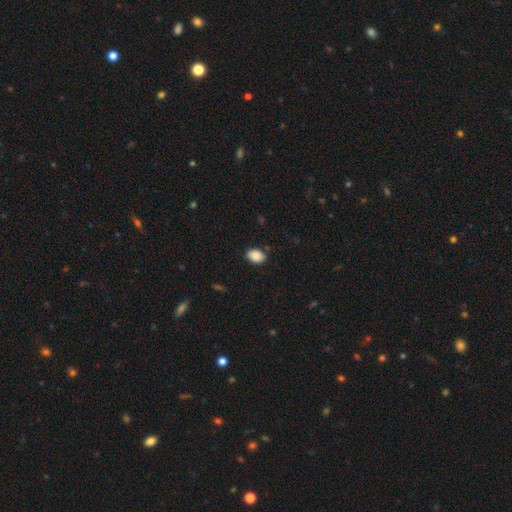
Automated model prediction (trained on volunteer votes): Smooth or featured? smooth (89%)
How rounded? in between (80%)
Merging? none (84%)